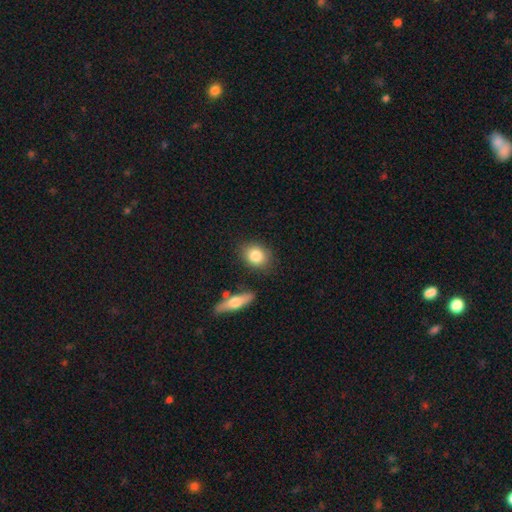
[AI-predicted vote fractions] smooth_or_featured: smooth (p=0.82) [alt: featured or disk p=0.11]
how_rounded: in between (p=0.51) [alt: round p=0.46]
merging: none (p=0.80) [alt: minor disturbance p=0.11]